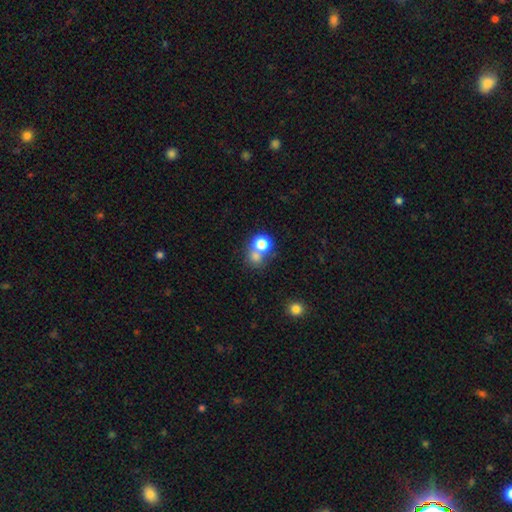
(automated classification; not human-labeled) Smooth or featured? smooth (72%)
How rounded? round (77%)
Merging? none (44%)